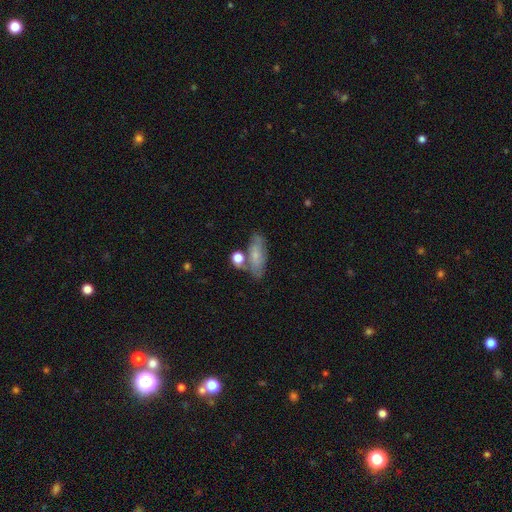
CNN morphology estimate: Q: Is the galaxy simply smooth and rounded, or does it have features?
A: smooth — 63%.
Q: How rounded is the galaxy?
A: in between — 74%.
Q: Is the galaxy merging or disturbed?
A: none — 57%.